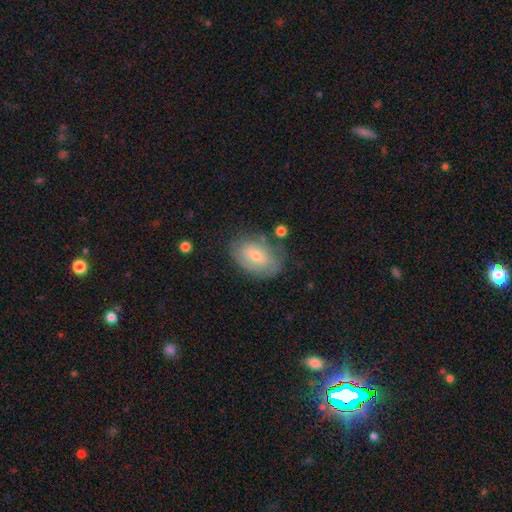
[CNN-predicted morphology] A smooth galaxy with no disk features (48%).

Vote fractions:
- Smooth or featured? smooth: 48% / featured or disk: 43% / star or artifact: 8%
- Merging? none: 65% / minor disturbance: 23% / major disturbance: 8% / merger: 4%